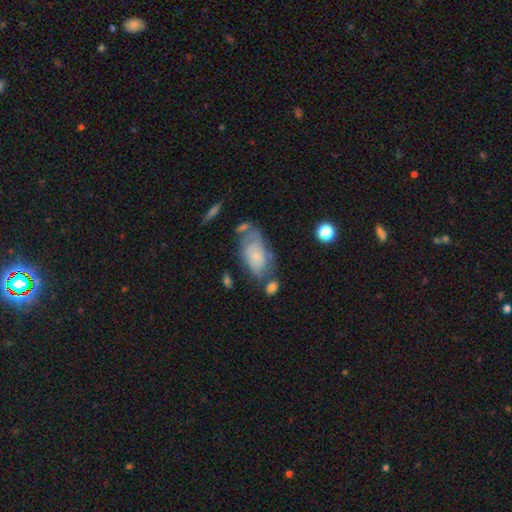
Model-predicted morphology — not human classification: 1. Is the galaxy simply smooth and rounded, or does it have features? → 48% smooth, 44% featured or disk, 8% star or artifact.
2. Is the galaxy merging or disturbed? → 43% none, 26% minor disturbance, 16% major disturbance, 15% merger.